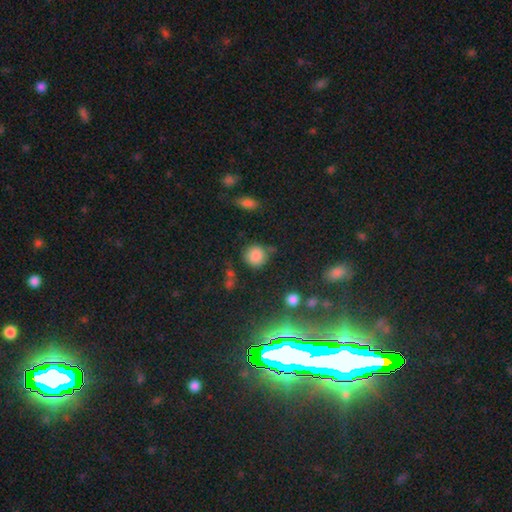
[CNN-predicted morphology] smooth_or_featured: smooth (p=0.83) [alt: star or artifact p=0.12]
how_rounded: round (p=0.88) [alt: in between p=0.11]
merging: none (p=0.73) [alt: minor disturbance p=0.16]